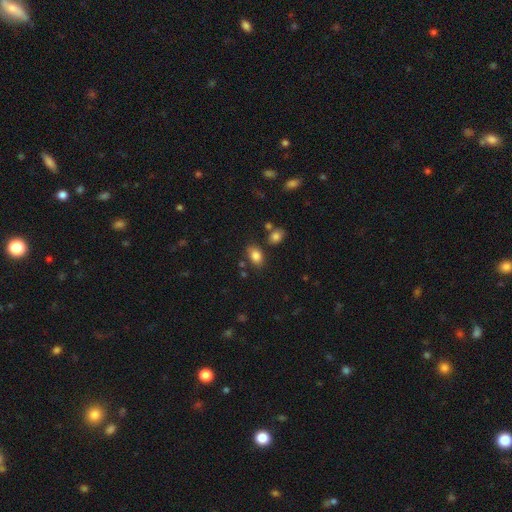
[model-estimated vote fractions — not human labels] Overall: smooth (84%). How rounded: in between (84%). Merging: none (76%).